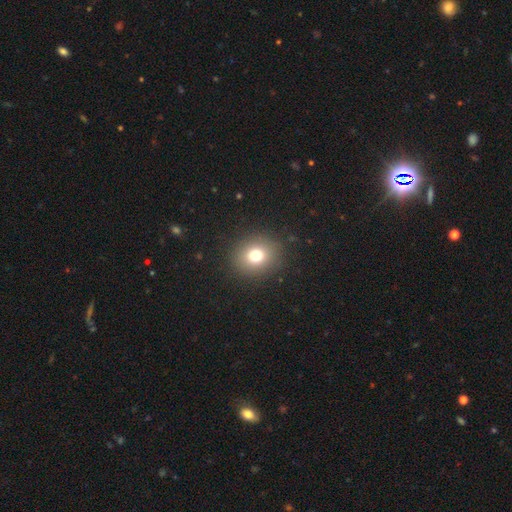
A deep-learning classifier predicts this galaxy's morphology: This is likely a smooth galaxy (75%). How rounded: likely round (72%). Merging: clearly none (89%).